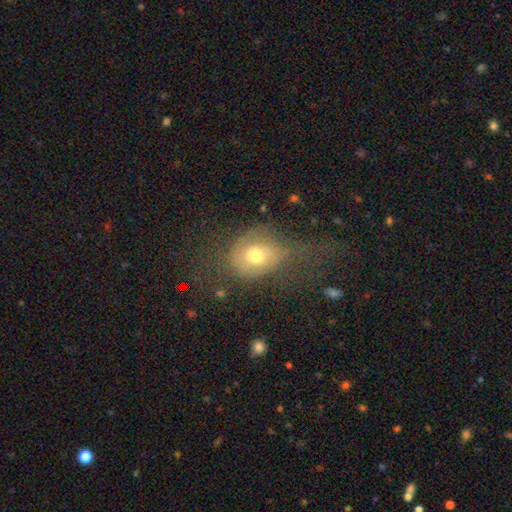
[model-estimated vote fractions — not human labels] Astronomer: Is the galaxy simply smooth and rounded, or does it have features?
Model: smooth — 60%.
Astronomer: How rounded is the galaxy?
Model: round — 52% (runner-up: in between, 47%).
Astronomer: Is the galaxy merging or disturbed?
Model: major disturbance — 46% (runner-up: none, 29%).